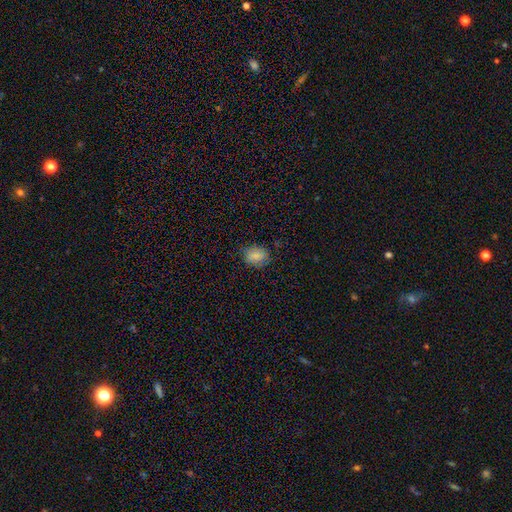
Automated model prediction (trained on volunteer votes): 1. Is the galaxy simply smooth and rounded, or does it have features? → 83% smooth, 9% star or artifact, 8% featured or disk.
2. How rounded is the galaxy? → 61% in between, 38% round, 1% cigar-shaped.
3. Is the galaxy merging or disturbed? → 81% none, 15% minor disturbance, 3% major disturbance, 1% merger.